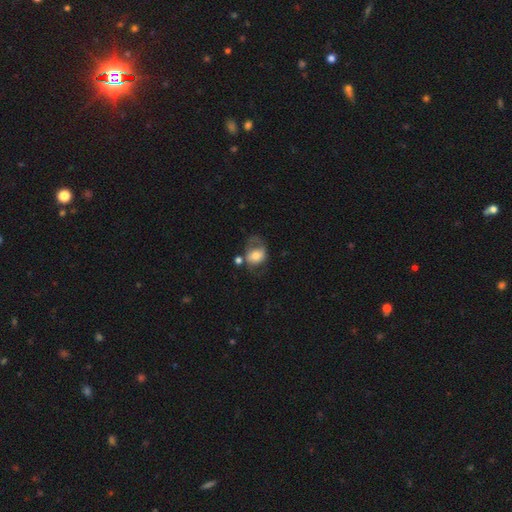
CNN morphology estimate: This is possibly a smooth galaxy (56%). How rounded: possibly in between (58%). Merging: marginally none (36%).